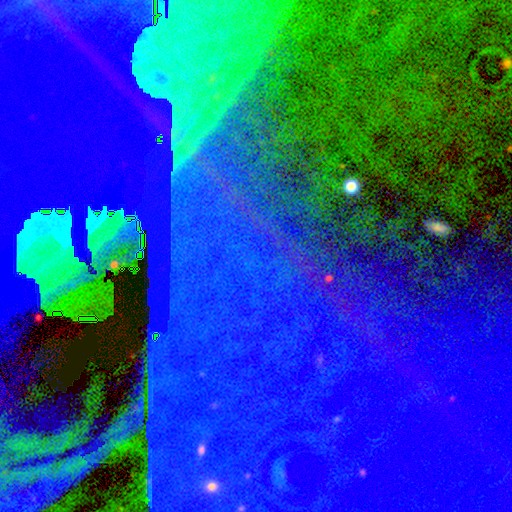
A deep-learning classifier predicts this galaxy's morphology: star or artifact 85%, smooth 8%, featured or disk 7%.